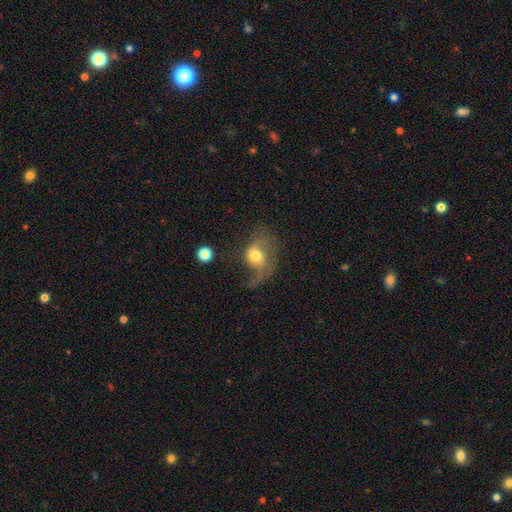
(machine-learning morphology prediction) featured or disk 49%, smooth 42%, star or artifact 9%. Down the decision tree: merging — major disturbance (48%).